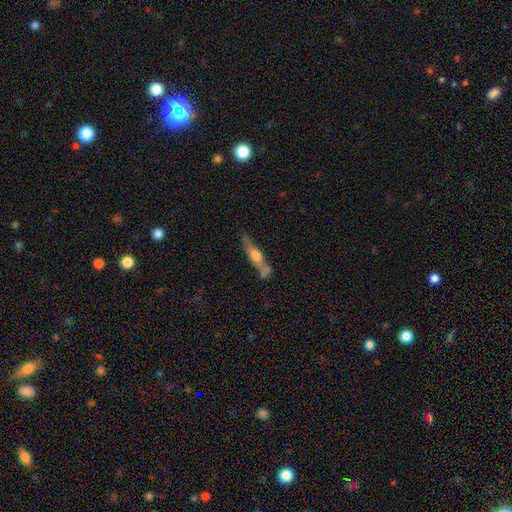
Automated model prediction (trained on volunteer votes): Overall: featured or disk (52%; smooth 42%). Edge-on disk: yes (86%). Merging: none (56%; minor disturbance 19%).